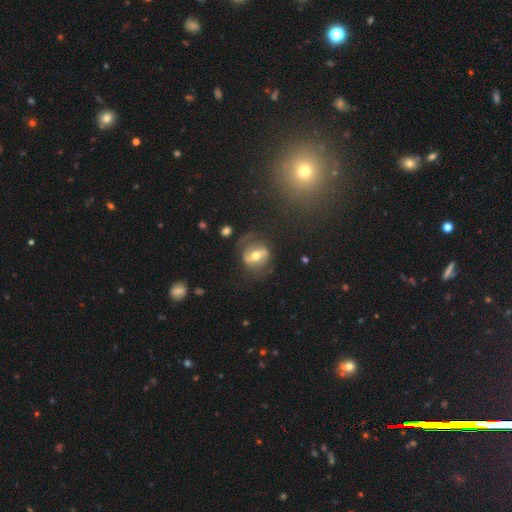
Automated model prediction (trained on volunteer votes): The model was most divided on "bar": strong: 51%, weak: 31%, no: 18%. More confident: edge-on disk — no (94%); bulge size — moderate (73%); smooth or featured — featured or disk (68%); merging — none (68%); spiral arms — yes (68%).